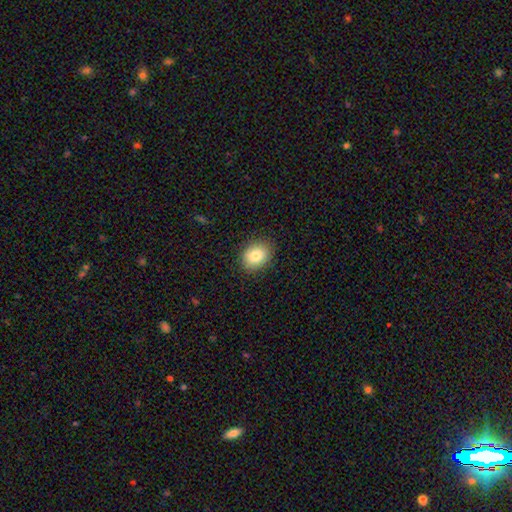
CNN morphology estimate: smooth 83%, star or artifact 9%, featured or disk 8%. Down the decision tree: how rounded — in between (51%); merging — none (88%).